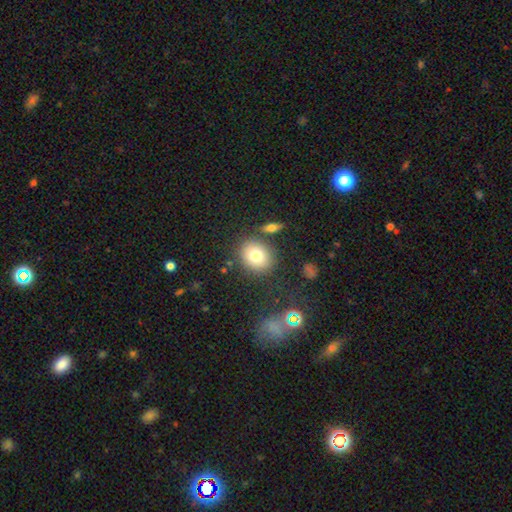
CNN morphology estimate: This appears to be a smooth galaxy with no disk features (76%) that is round (63%). Merging: none (80%).